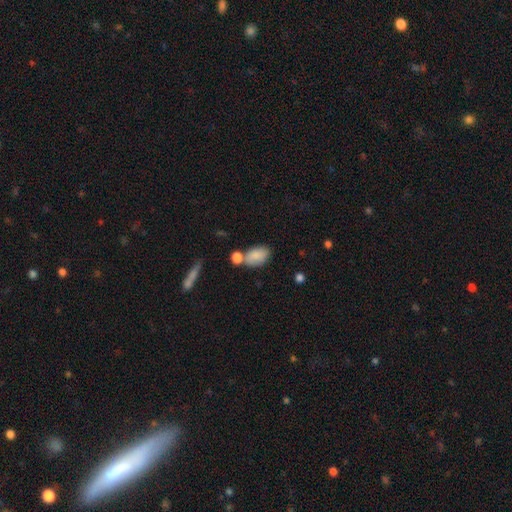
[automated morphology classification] smooth-or-featured: smooth: 83% | featured or disk: 9% | star or artifact: 7%
  how-rounded: in between: 89% | round: 9% | cigar-shaped: 2%
  merging: none: 54% | merger: 25% | minor disturbance: 16% | major disturbance: 5%